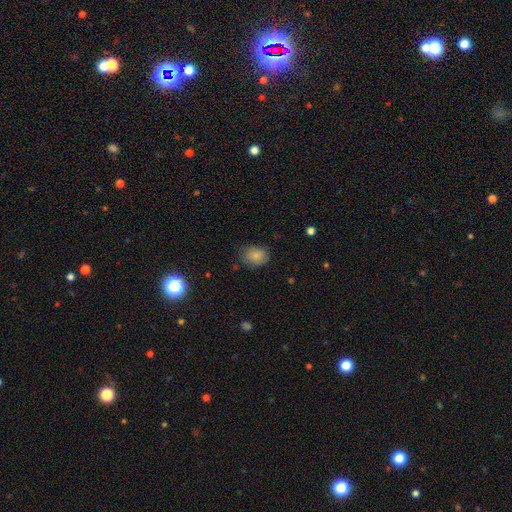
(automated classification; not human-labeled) smooth 84%, star or artifact 8%, featured or disk 8%. Down the decision tree: how rounded — in between (63%); merging — none (71%).